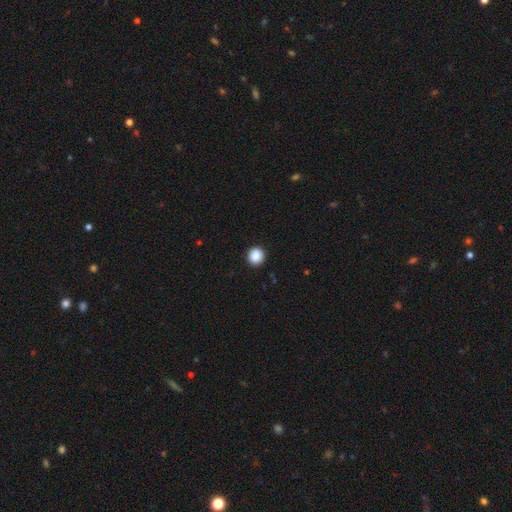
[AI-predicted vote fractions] Morphology: type=smooth (88%); roundness=round (92%); merging=none (92%).